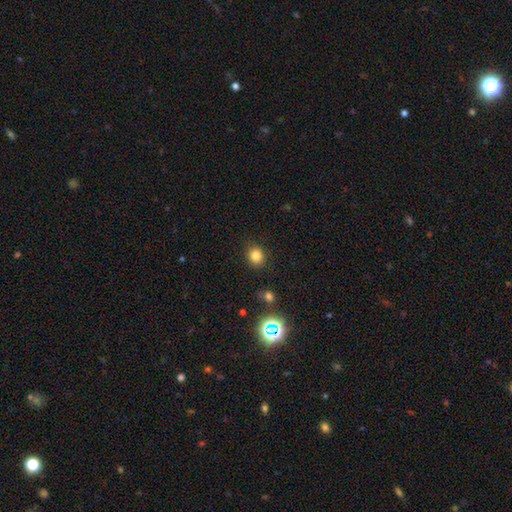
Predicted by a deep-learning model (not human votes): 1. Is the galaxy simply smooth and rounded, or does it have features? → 81% smooth, 14% star or artifact, 5% featured or disk.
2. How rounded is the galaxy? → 78% round, 21% in between, 1% cigar-shaped.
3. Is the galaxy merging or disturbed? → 87% none, 9% minor disturbance, 3% major disturbance, 2% merger.